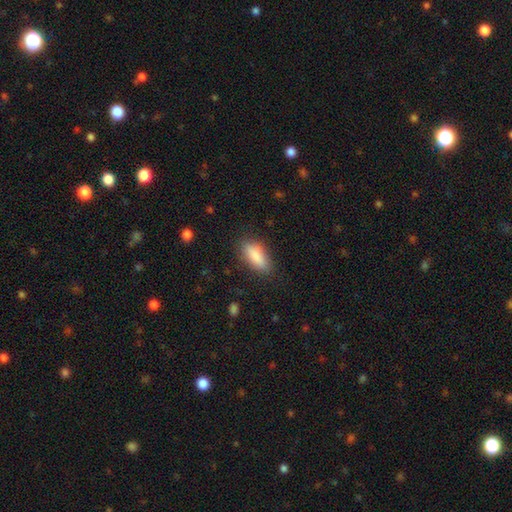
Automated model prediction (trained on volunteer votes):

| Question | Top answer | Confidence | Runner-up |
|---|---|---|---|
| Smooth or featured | smooth | 87% | featured or disk (7%) |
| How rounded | in between | 78% | cigar-shaped (20%) |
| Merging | none | 81% | minor disturbance (14%) |